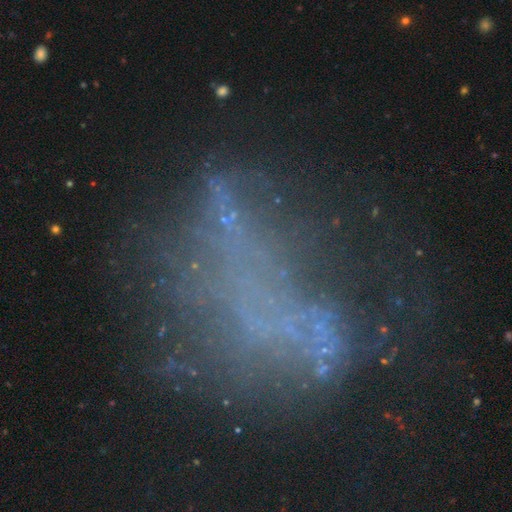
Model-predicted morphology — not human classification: Q: Smooth or featured?
A: featured or disk (40%); tied with: star or artifact (40%)
Q: Merging?
A: none (42%); runner-up: major disturbance (34%)